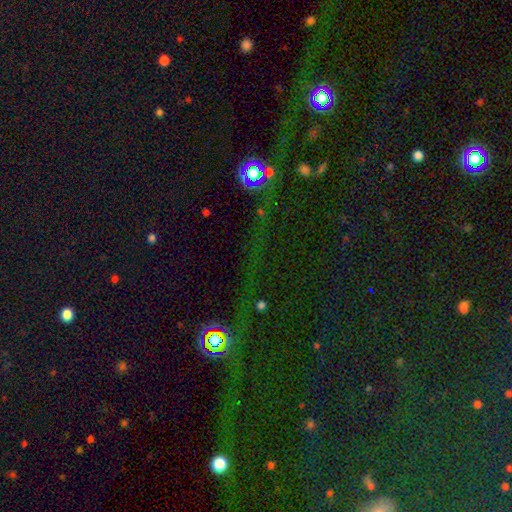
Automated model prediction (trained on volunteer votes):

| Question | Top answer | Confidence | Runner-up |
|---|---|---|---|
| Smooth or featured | star or artifact | 71% | smooth (19%) |